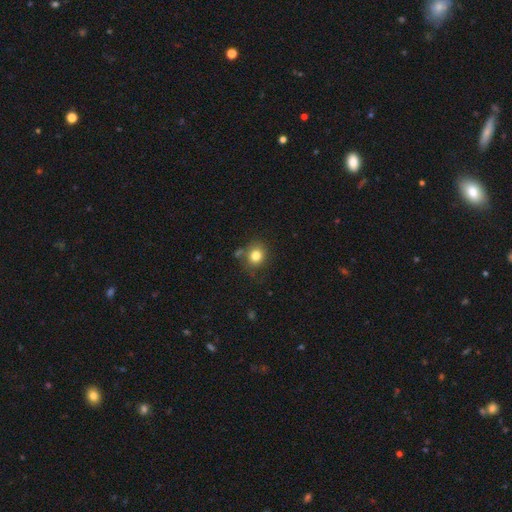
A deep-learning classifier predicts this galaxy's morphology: smooth 81%, star or artifact 11%, featured or disk 8%. Down the decision tree: how rounded — round (77%); merging — none (72%).